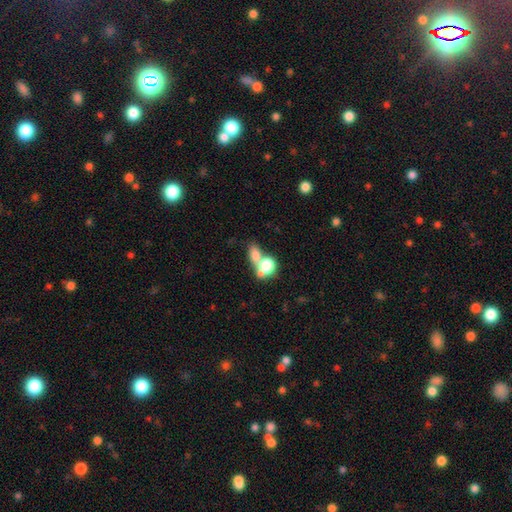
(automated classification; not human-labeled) A smooth galaxy with no disk features (70%) that is in between round and cigar-shaped (51%).

Vote fractions:
- Smooth or featured? smooth: 70% / featured or disk: 16% / star or artifact: 14%
- How rounded? in between: 51% / round: 46% / cigar-shaped: 3%
- Merging? merger: 55% / none: 29% / minor disturbance: 8% / major disturbance: 7%